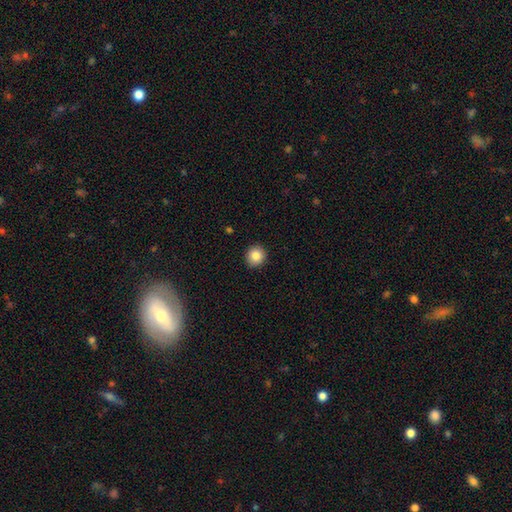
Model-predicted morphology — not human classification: A smooth galaxy with no disk features (85%) that is round (90%). Merging: none (91%).